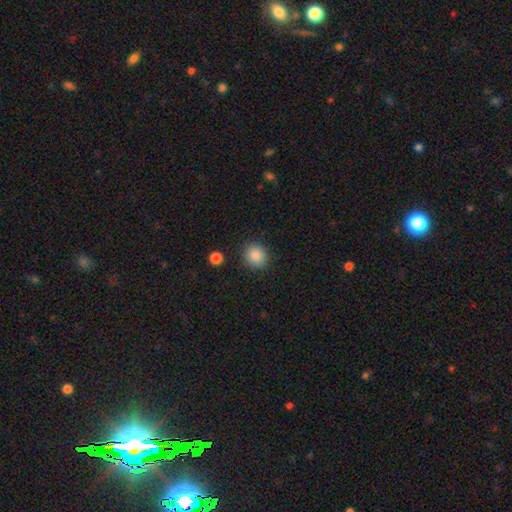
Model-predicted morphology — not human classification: smooth_or_featured: smooth (p=0.87) [alt: star or artifact p=0.09]
how_rounded: round (p=0.84) [alt: in between p=0.15]
merging: none (p=0.88) [alt: minor disturbance p=0.08]